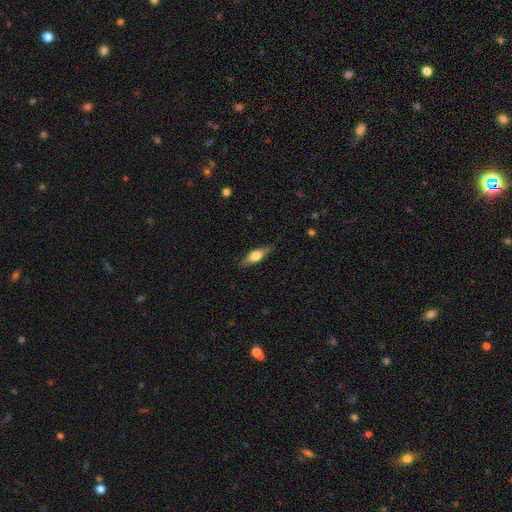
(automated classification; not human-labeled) smooth 48%, featured or disk 46%, star or artifact 6%. Down the decision tree: merging — none (83%).